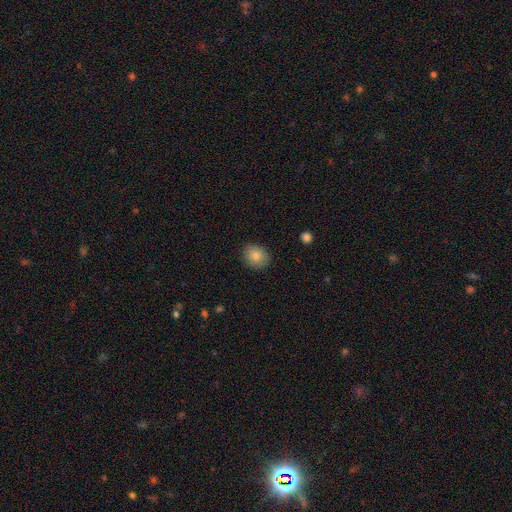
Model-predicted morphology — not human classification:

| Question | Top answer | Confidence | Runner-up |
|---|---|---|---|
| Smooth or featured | smooth | 85% | star or artifact (9%) |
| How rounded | round | 63% | in between (37%) |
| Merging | none | 87% | minor disturbance (9%) |